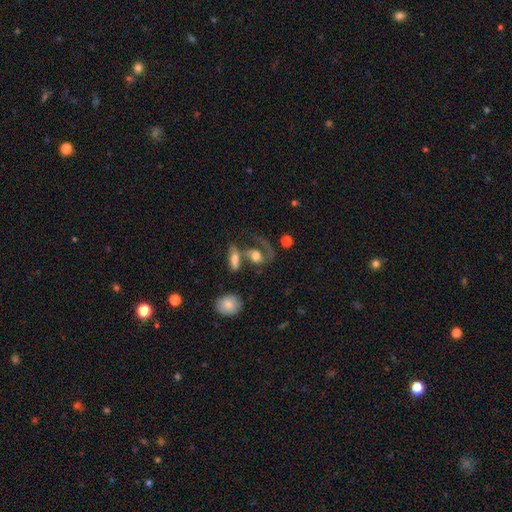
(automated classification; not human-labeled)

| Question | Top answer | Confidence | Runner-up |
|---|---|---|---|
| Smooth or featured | featured or disk | 51% | smooth (39%) |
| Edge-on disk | no | 92% | yes (8%) |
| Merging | merger | 35% | major disturbance (29%) |